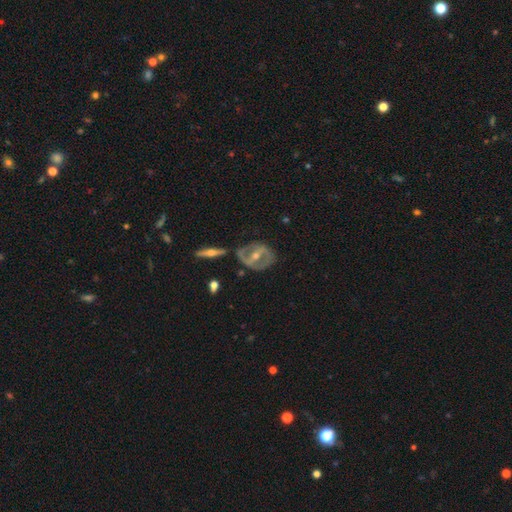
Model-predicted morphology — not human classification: This is likely a featured or disk galaxy (77%). It is clearly not viewed edge-on (89%). Bar: possibly strong (46%). Spiral arm pattern: possibly yes (55%). Central bulge: possibly moderate (58%). Merging: likely none (67%).